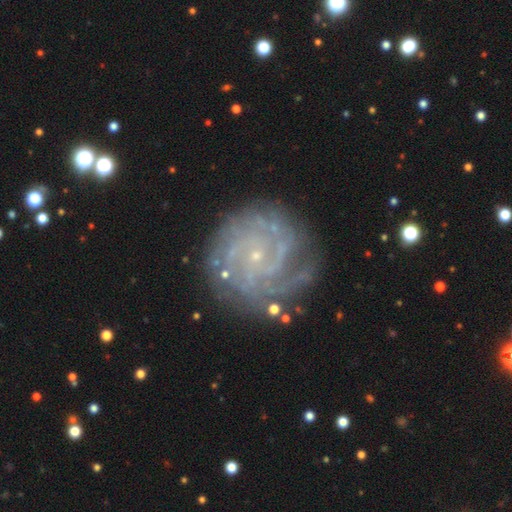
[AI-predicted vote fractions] This appears to be a featured or disk galaxy (86%) with no bar (75%), tight (72%) spiral arms (96%) and a small central bulge (88%). Merging: none (76%).